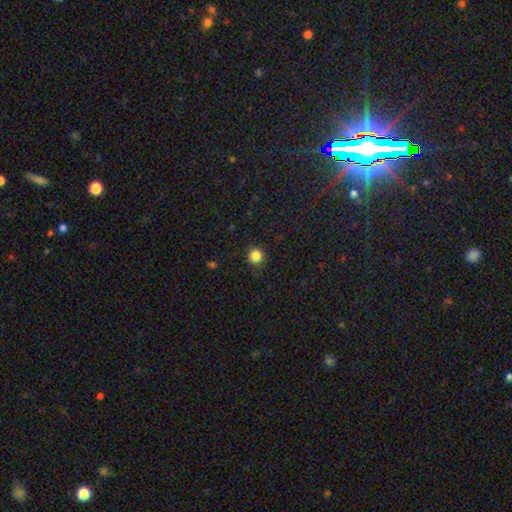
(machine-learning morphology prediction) This appears to be a smooth galaxy with no disk features (85%) that is round (94%). Merging: none (90%).